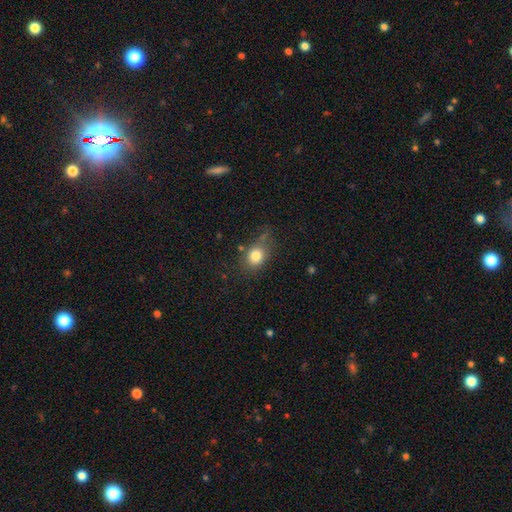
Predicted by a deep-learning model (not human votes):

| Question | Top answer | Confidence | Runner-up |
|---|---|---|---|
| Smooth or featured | smooth | 80% | star or artifact (10%) |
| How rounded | round | 51% | in between (47%) |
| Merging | none | 62% | minor disturbance (24%) |